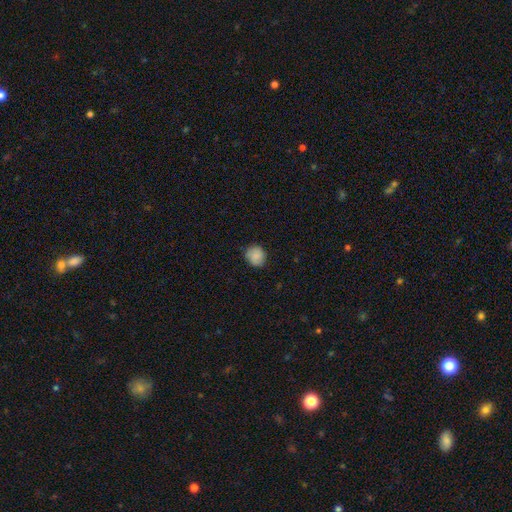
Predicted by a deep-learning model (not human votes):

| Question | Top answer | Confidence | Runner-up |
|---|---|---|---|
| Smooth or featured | smooth | 85% | star or artifact (8%) |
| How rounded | round | 82% | in between (17%) |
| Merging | none | 82% | minor disturbance (14%) |